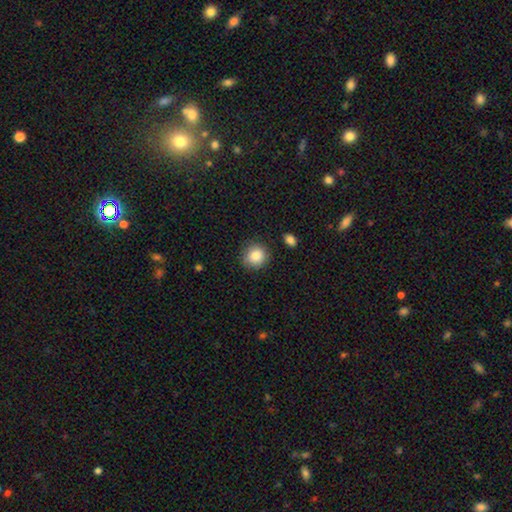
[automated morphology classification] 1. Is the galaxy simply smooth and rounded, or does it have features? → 86% smooth, 8% star or artifact, 5% featured or disk.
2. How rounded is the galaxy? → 89% round, 10% in between, 1% cigar-shaped.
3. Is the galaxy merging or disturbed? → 86% none, 10% minor disturbance, 2% major disturbance, 2% merger.